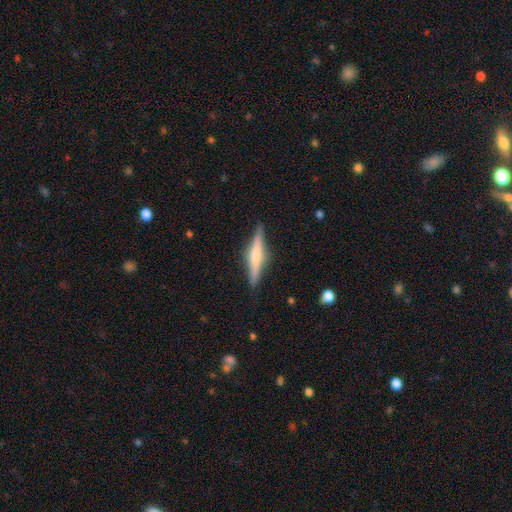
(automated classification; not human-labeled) Overall: featured or disk (62%; smooth 31%). Edge-on disk: yes (97%). Edge-on bulge: rounded (68%). Merging: none (88%).